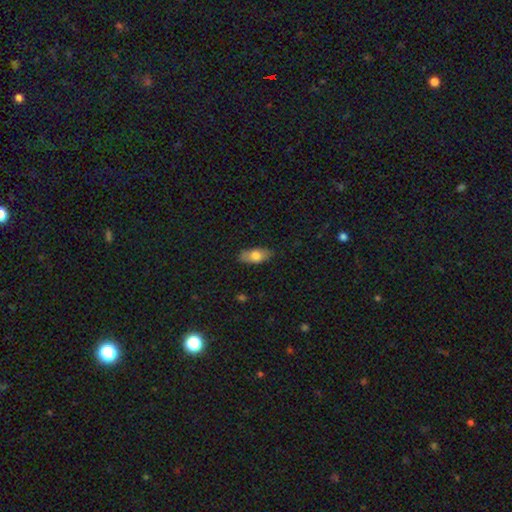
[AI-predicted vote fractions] This appears to be a smooth galaxy with no disk features (75%) that is in between round and cigar-shaped (86%). Merging: none (85%).